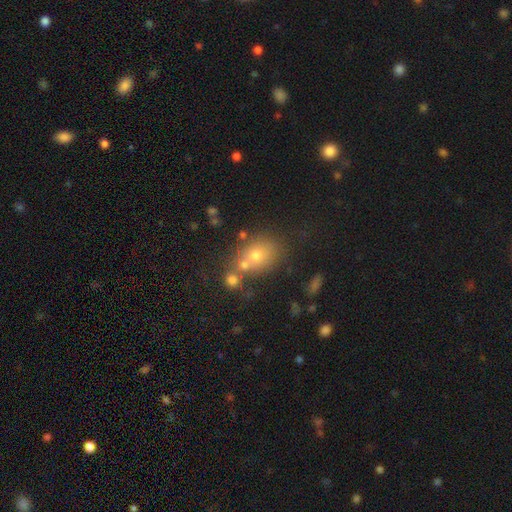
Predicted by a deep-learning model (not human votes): This is likely a smooth galaxy (63%). How rounded: possibly round (57%). Merging: possibly none (53%).